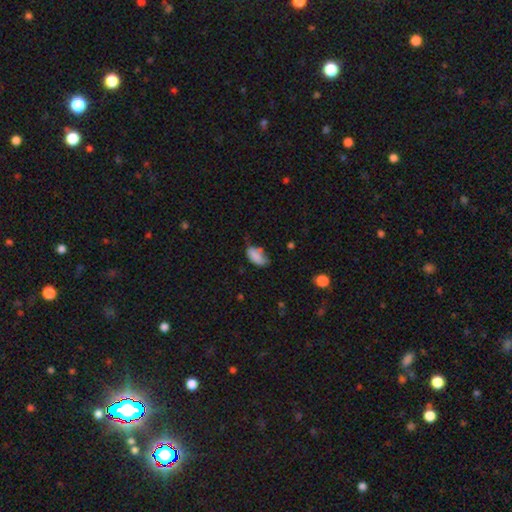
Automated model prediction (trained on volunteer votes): smooth 82%, featured or disk 9%, star or artifact 9%. Down the decision tree: how rounded — in between (92%); merging — none (44%).